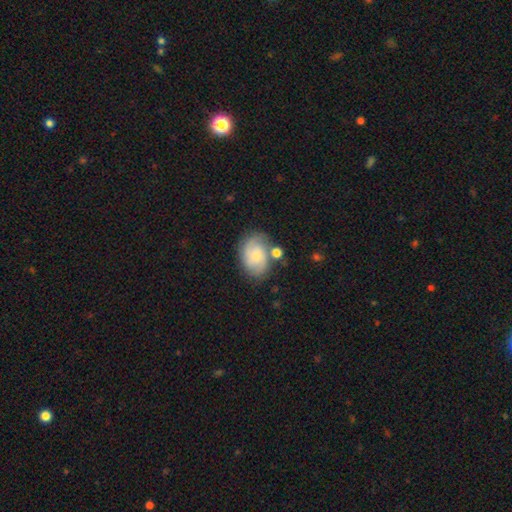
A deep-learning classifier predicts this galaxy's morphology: A smooth galaxy with no disk features (48%).

Vote fractions:
- Smooth or featured? smooth: 48% / featured or disk: 45% / star or artifact: 8%
- Merging? none: 61% / minor disturbance: 20% / merger: 13% / major disturbance: 6%